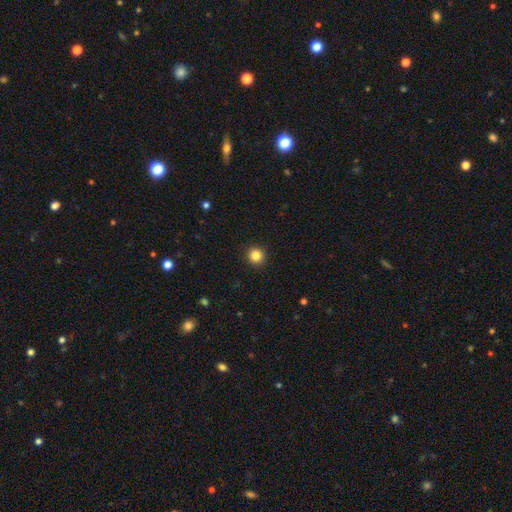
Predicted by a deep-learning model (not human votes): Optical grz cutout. It shows a smooth galaxy with no disk features (85%) that is round (94%). Merging: none (92%).